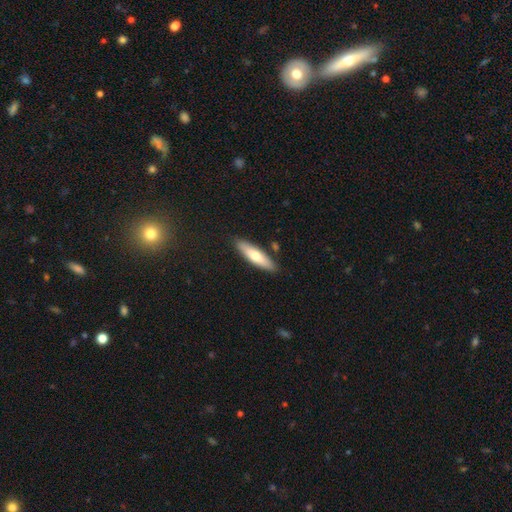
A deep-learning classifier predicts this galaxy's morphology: Smooth or featured? smooth (65%)
How rounded? cigar-shaped (69%)
Merging? none (86%)